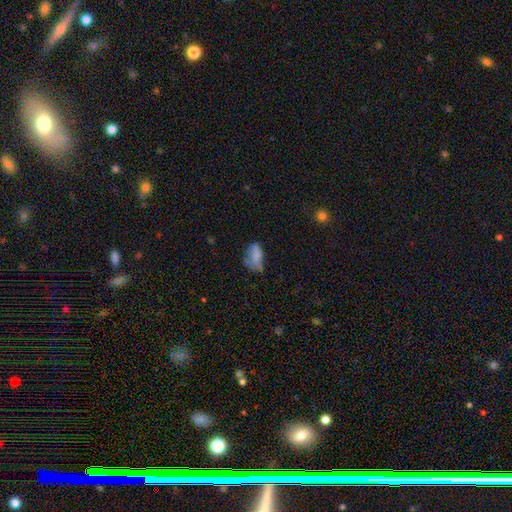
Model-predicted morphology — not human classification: smooth 67%, featured or disk 21%, star or artifact 12%. Down the decision tree: how rounded — in between (87%); merging — minor disturbance (33%).